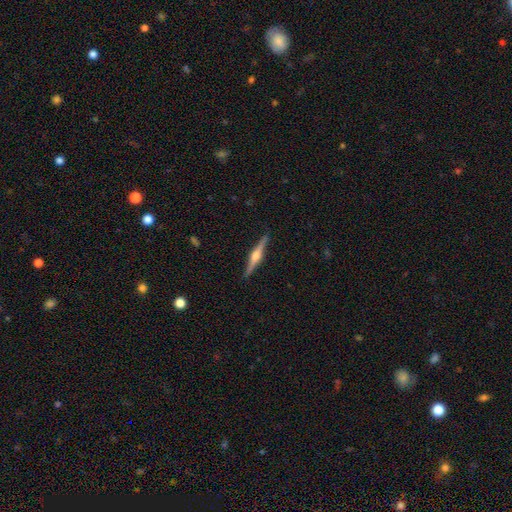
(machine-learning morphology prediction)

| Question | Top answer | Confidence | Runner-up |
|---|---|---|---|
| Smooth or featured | featured or disk | 79% | smooth (15%) |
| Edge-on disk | yes | 98% | no (2%) |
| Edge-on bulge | rounded | 90% | boxy (7%) |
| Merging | none | 91% | minor disturbance (7%) |